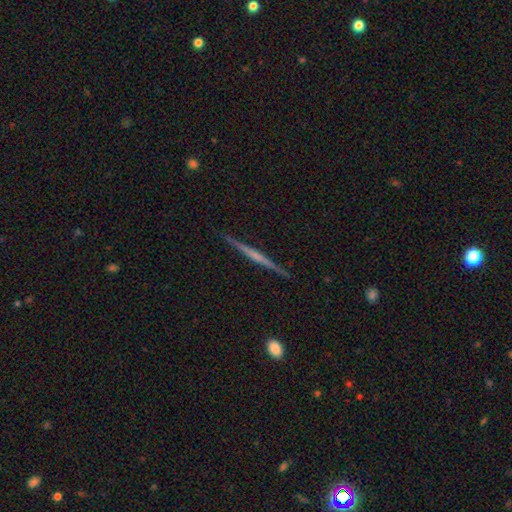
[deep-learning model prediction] A featured or disk galaxy (73%) viewed edge-on (98%) with no central bulge (55%).

Vote fractions:
- Smooth or featured? featured or disk: 73% / smooth: 21% / star or artifact: 6%
- Edge-on disk? yes: 98% / no: 2%
- Edge-on bulge? none: 55% / rounded: 35% / boxy: 11%
- Merging? none: 92% / minor disturbance: 6% / major disturbance: 1% / merger: 1%